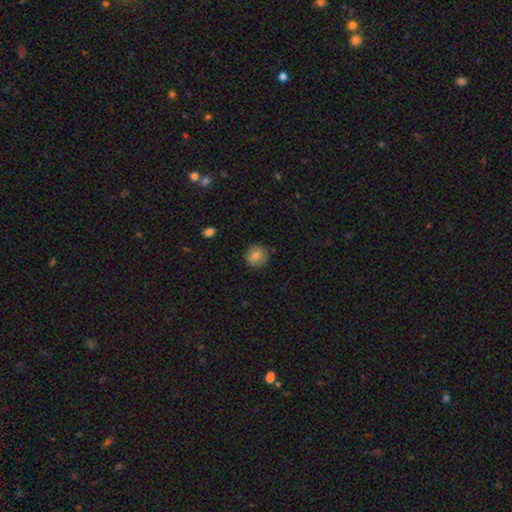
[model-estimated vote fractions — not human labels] Overall: smooth (80%). How rounded: round (91%). Merging: none (86%).